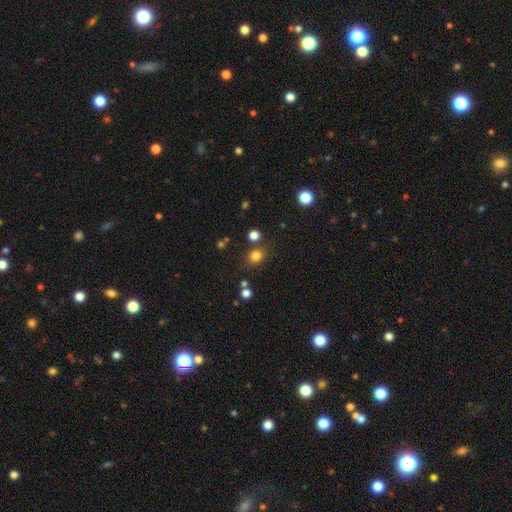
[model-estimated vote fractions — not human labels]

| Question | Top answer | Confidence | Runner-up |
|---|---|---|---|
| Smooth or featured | smooth | 79% | star or artifact (15%) |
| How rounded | round | 67% | in between (32%) |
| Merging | none | 78% | minor disturbance (10%) |